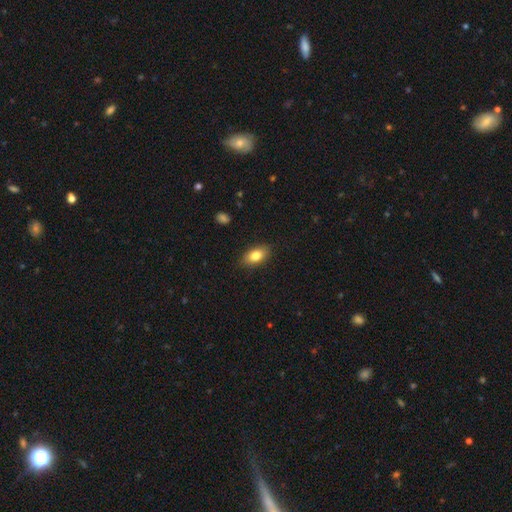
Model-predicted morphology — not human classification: smooth 82%, featured or disk 11%, star or artifact 7%. Down the decision tree: how rounded — in between (89%); merging — none (86%).